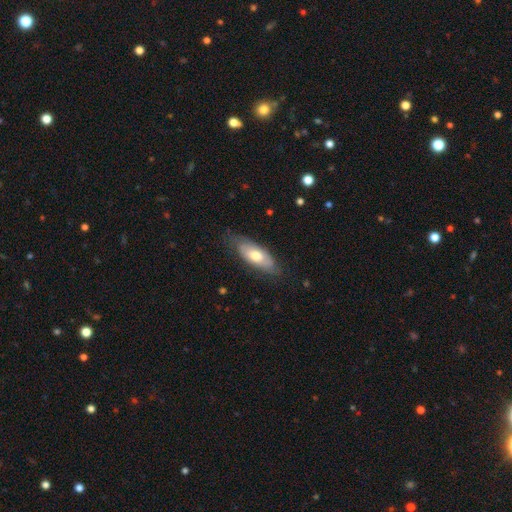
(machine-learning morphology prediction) Smooth or featured?
  - smooth: 57% *
  - featured or disk: 38%
  - star or artifact: 6%
How rounded?
  - in between: 80% *
  - cigar-shaped: 18%
  - round: 3%
Merging?
  - none: 70% *
  - minor disturbance: 23%
  - major disturbance: 6%
  - merger: 1%